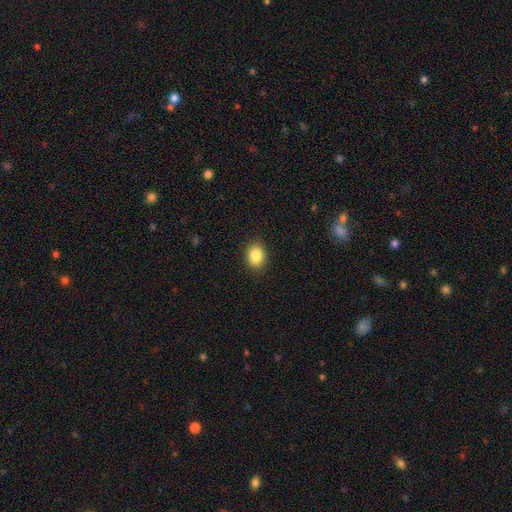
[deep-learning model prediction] smooth 86%, star or artifact 9%, featured or disk 5%. Down the decision tree: how rounded — in between (61%); merging — none (90%).